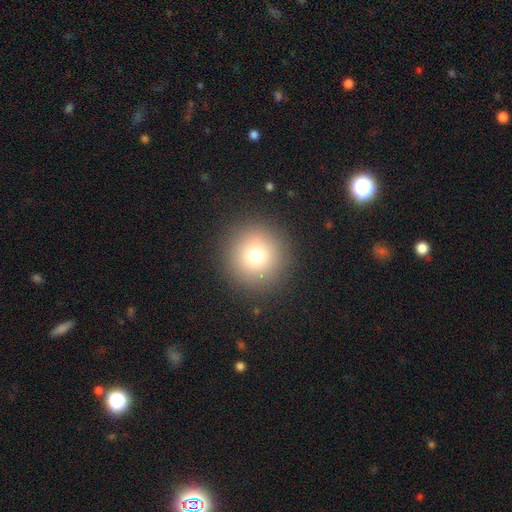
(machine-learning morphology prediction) type=smooth (73%); roundness=round (96%); merging=none (90%).